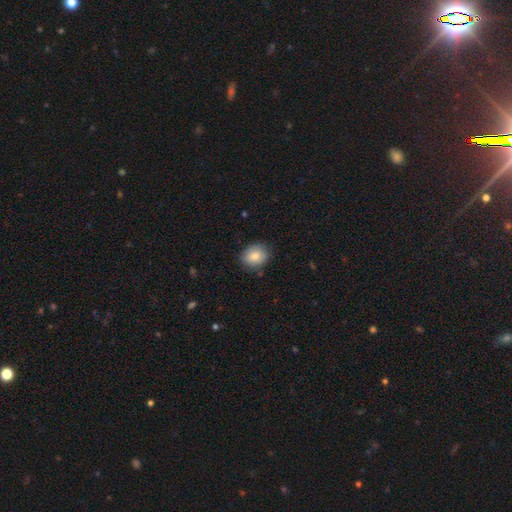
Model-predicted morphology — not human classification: This is clearly a smooth galaxy (82%). How rounded: possibly round (55%). Merging: clearly none (81%).